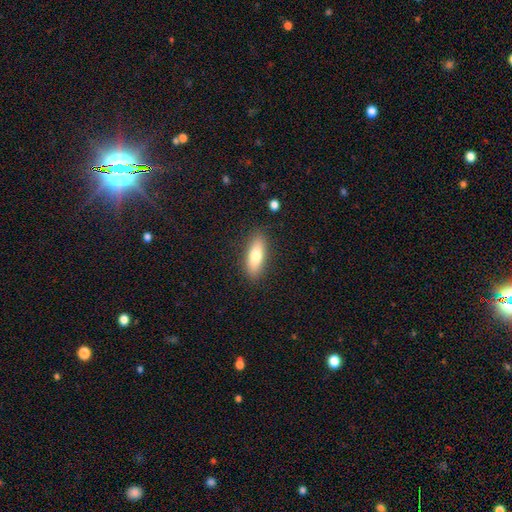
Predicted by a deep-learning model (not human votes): smooth-or-featured: smooth: 74% | featured or disk: 20% | star or artifact: 7%
  how-rounded: in between: 60% | cigar-shaped: 38% | round: 3%
  merging: none: 86% | minor disturbance: 10% | major disturbance: 3% | merger: 1%